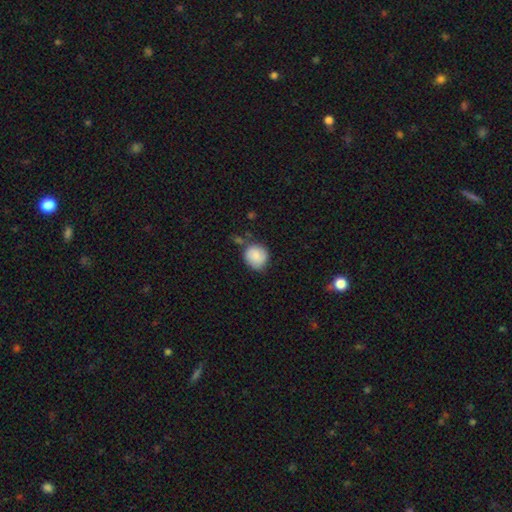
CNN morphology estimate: A smooth galaxy with no disk features (80%) that is round (81%). Merging: none (64%).